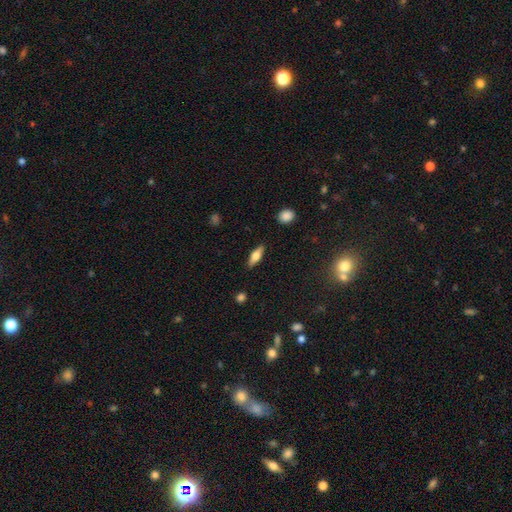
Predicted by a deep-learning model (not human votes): Overall: smooth (58%; featured or disk 35%). How rounded: in between (56%; cigar-shaped 41%). Merging: none (88%).